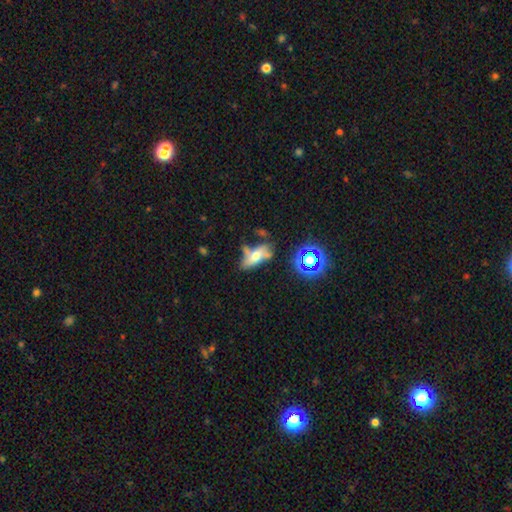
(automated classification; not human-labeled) Overall: smooth (47%; featured or disk 37%). Merging: none (39%; minor disturbance 24%).